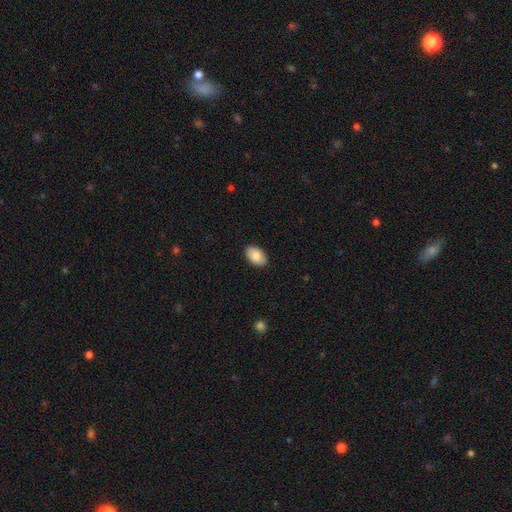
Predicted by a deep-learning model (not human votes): A smooth galaxy with no disk features (82%) that is in between round and cigar-shaped (92%).

Vote fractions:
- Smooth or featured? smooth: 82% / featured or disk: 11% / star or artifact: 6%
- How rounded? in between: 92% / round: 6% / cigar-shaped: 1%
- Merging? none: 89% / minor disturbance: 8% / major disturbance: 2% / merger: 1%